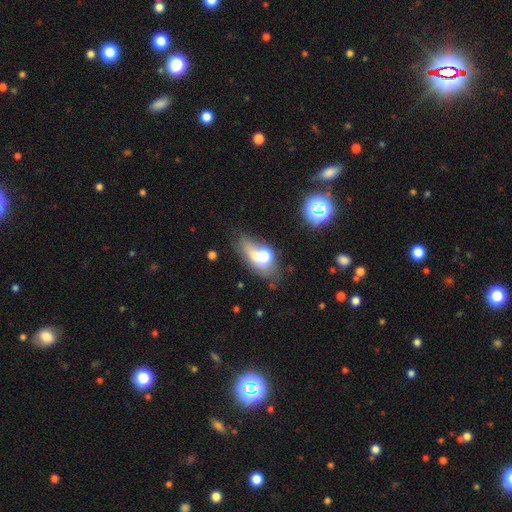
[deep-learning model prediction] This is possibly a smooth galaxy (56%). How rounded: likely in between (74%). Merging: marginally none (34%).